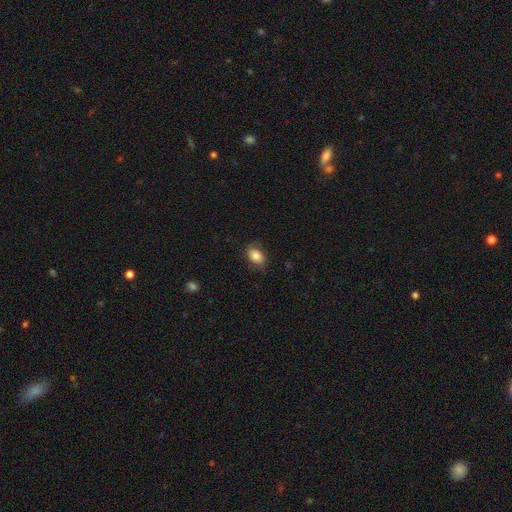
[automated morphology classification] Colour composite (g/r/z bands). It shows a smooth galaxy with no disk features (81%) that is in between round and cigar-shaped (85%). Merging: none (76%).